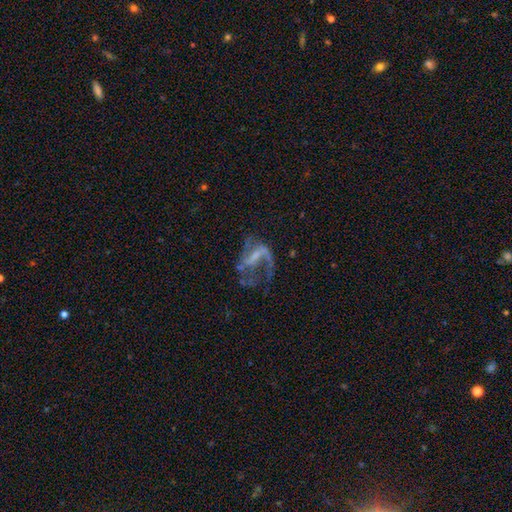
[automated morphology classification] This appears to be a featured or disk galaxy (79%) with a weak bar (43%), 2 (55%) loose (60%) spiral arms (79%) and no central bulge (38%). Merging: major disturbance (44%).